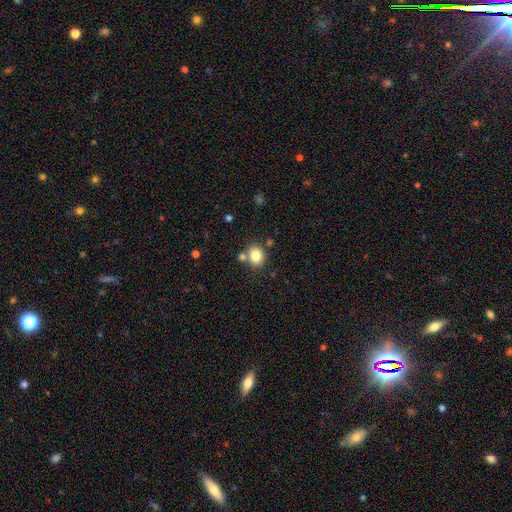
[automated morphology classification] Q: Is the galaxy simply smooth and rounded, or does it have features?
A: smooth — 82%.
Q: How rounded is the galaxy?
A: round — 65%.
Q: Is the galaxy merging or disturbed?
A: none — 70%.